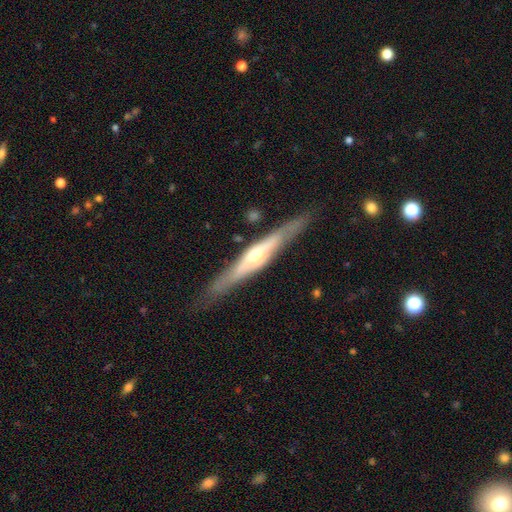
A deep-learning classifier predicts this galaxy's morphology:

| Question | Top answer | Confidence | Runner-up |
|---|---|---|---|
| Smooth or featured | featured or disk | 72% | smooth (23%) |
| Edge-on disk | yes | 92% | no (8%) |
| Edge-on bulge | rounded | 79% | none (11%) |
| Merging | none | 84% | minor disturbance (11%) |